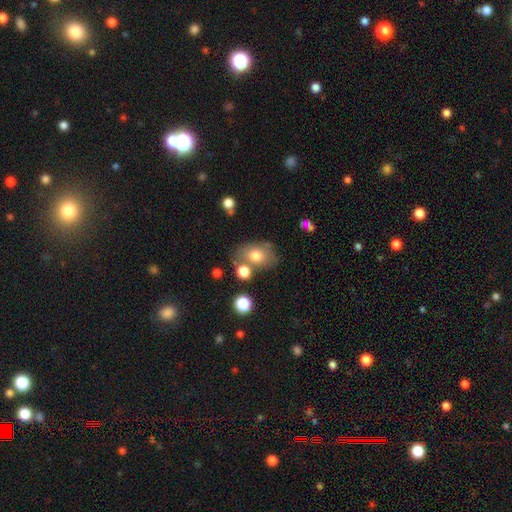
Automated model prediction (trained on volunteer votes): A smooth galaxy with no disk features (73%) that is in between round and cigar-shaped (72%). Merging: none (57%).